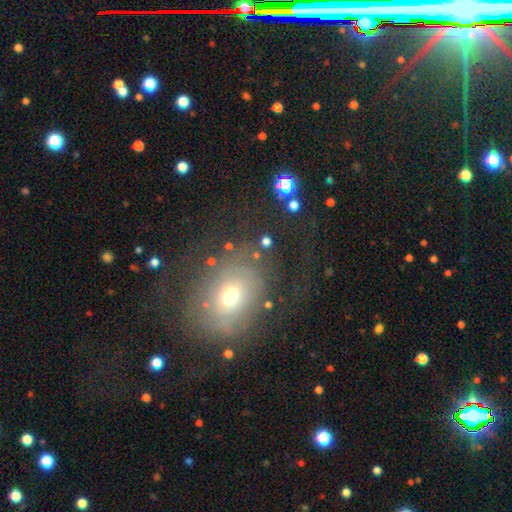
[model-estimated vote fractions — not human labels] featured or disk 44%, smooth 41%, star or artifact 15%. Down the decision tree: merging — none (61%).